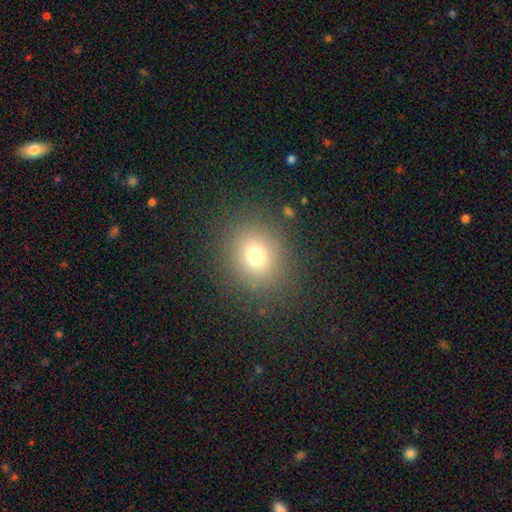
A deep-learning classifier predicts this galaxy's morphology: Smooth or featured? smooth (72%)
How rounded? round (76%)
Merging? none (85%)